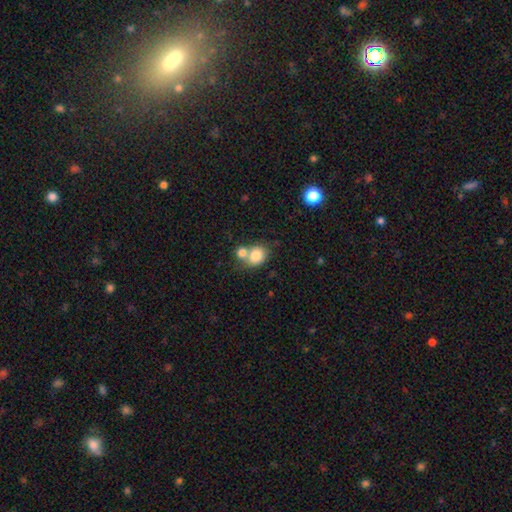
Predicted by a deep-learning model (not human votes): Q: Smooth or featured?
A: smooth (80%); runner-up: featured or disk (11%)
Q: How rounded?
A: round (63%); runner-up: in between (36%)
Q: Merging?
A: merger (50%); runner-up: none (38%)